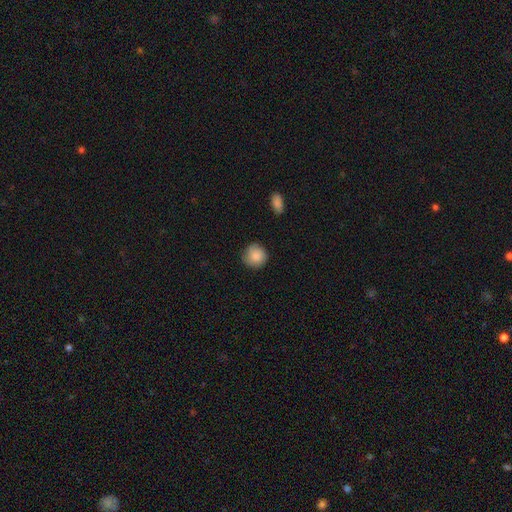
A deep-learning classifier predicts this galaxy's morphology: Smooth or featured?
  - smooth: 87% *
  - star or artifact: 7%
  - featured or disk: 6%
How rounded?
  - round: 91% *
  - in between: 8%
  - cigar-shaped: 1%
Merging?
  - none: 80% *
  - minor disturbance: 16%
  - major disturbance: 3%
  - merger: 1%